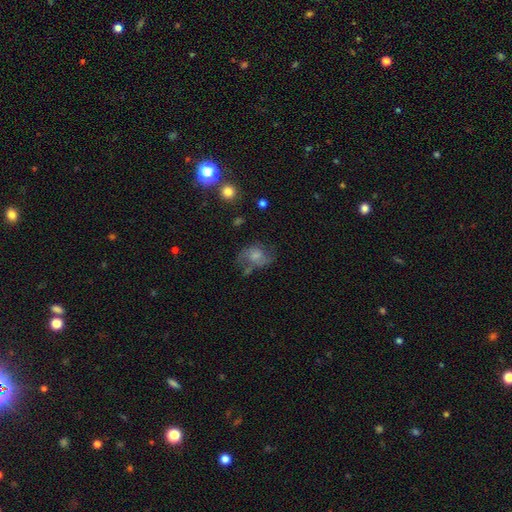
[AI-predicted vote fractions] Smooth or featured?
  - smooth: 47% *
  - featured or disk: 42%
  - star or artifact: 10%
Merging?
  - none: 41% *
  - minor disturbance: 26%
  - major disturbance: 25%
  - merger: 8%